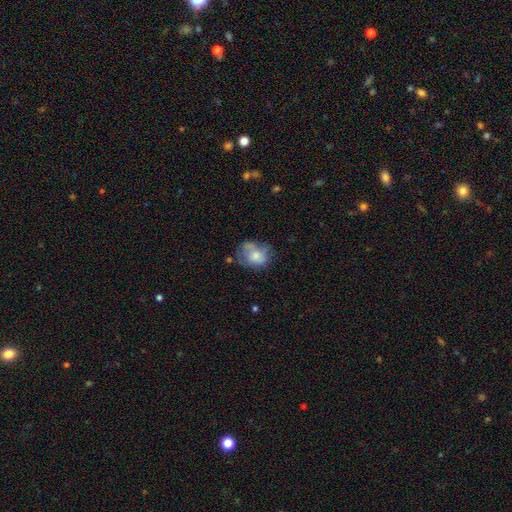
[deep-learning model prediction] Q: Smooth or featured?
A: smooth (65%); runner-up: featured or disk (26%)
Q: How rounded?
A: in between (62%); runner-up: round (37%)
Q: Merging?
A: none (41%); runner-up: minor disturbance (31%)